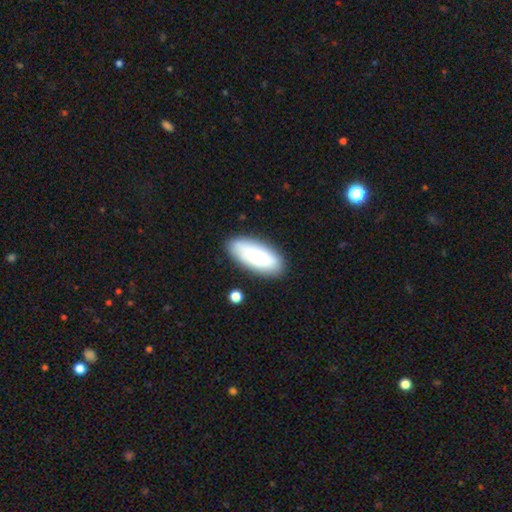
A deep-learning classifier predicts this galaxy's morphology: smooth-or-featured: smooth: 77% | featured or disk: 17% | star or artifact: 6%
  how-rounded: in between: 83% | cigar-shaped: 15% | round: 2%
  merging: none: 85% | minor disturbance: 10% | major disturbance: 3% | merger: 2%